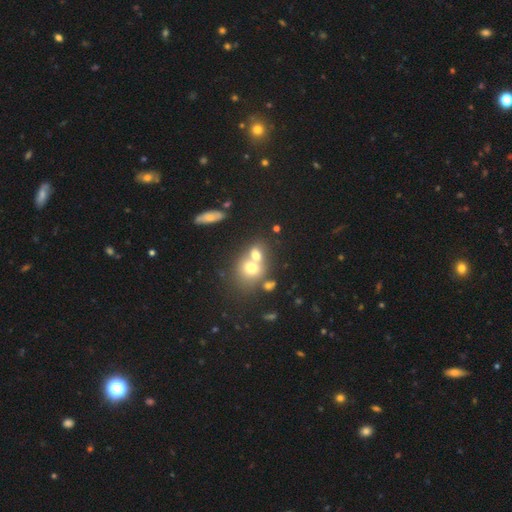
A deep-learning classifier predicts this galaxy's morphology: Q: Smooth or featured?
A: smooth (67%); runner-up: featured or disk (21%)
Q: How rounded?
A: round (57%); runner-up: in between (41%)
Q: Merging?
A: merger (64%); runner-up: none (25%)